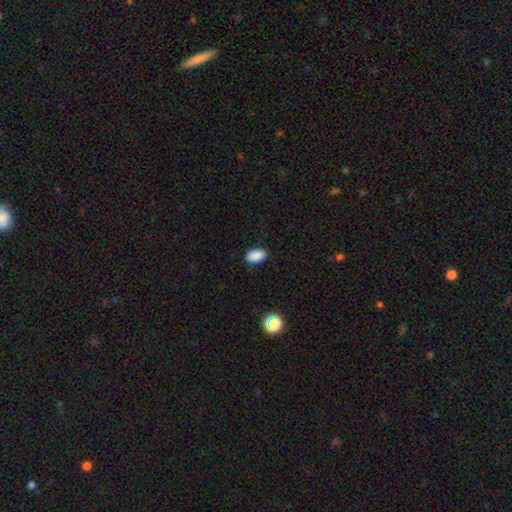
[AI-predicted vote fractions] The model was most divided on "merging": none: 86%, minor disturbance: 10%, major disturbance: 2%, merger: 1%. More confident: how rounded — in between (92%); smooth or featured — smooth (88%).